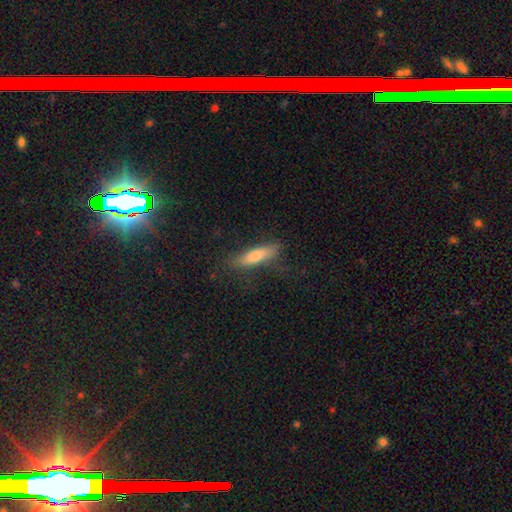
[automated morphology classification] smooth 71%, featured or disk 21%, star or artifact 8%. Down the decision tree: how rounded — cigar-shaped (76%); merging — none (74%).